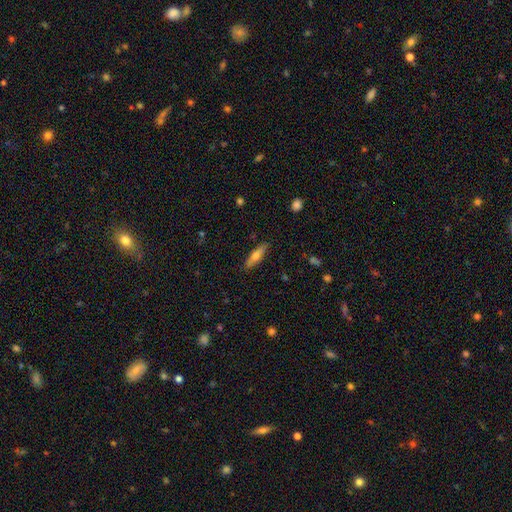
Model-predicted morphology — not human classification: type=smooth (54%); roundness=cigar-shaped (73%); merging=none (88%).